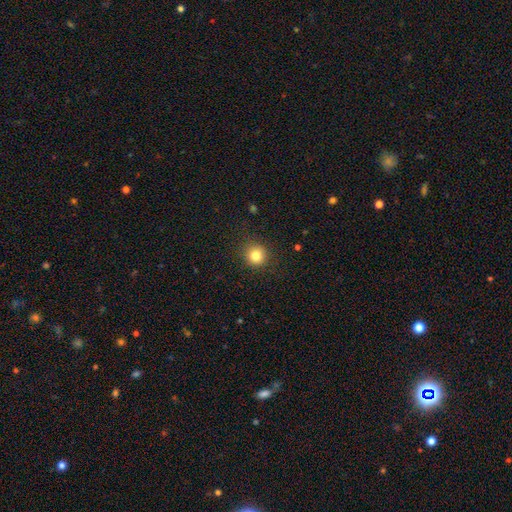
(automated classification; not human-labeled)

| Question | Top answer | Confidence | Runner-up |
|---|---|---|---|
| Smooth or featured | smooth | 82% | star or artifact (12%) |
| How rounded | round | 92% | in between (7%) |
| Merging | none | 89% | minor disturbance (8%) |